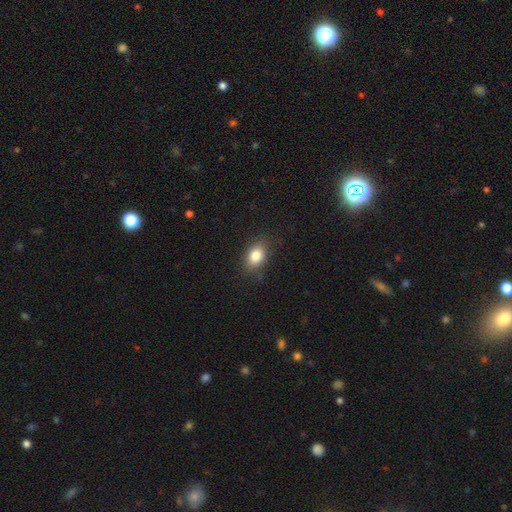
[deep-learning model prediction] smooth_or_featured: smooth (p=0.82) [alt: star or artifact p=0.09]
how_rounded: in between (p=0.77) [alt: round p=0.21]
merging: none (p=0.81) [alt: minor disturbance p=0.14]